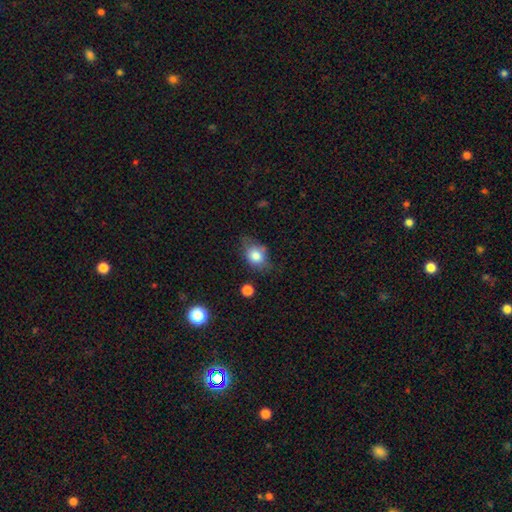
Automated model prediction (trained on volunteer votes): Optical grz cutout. It shows a smooth galaxy with no disk features (79%) that is in between round and cigar-shaped (62%). Merging: none (58%).